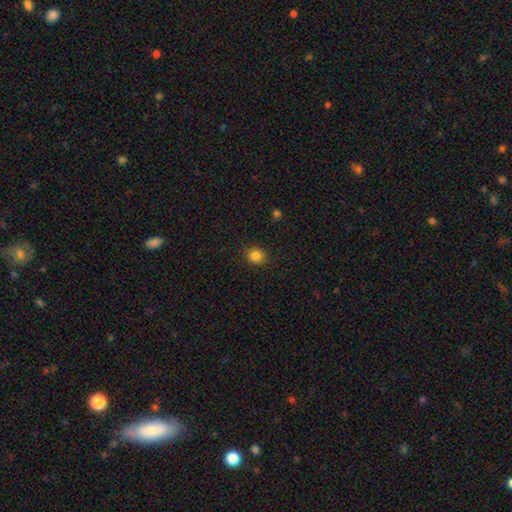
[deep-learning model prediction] This is clearly a smooth galaxy (84%). How rounded: clearly round (82%). Merging: clearly none (90%).